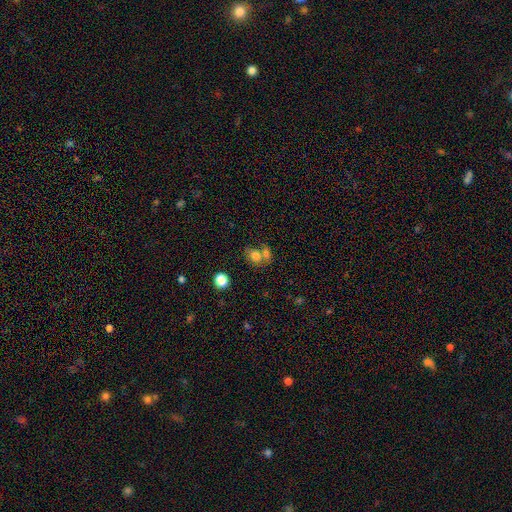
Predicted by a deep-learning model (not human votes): Smooth or featured? smooth (76%)
How rounded? in between (50%)
Merging? merger (48%)